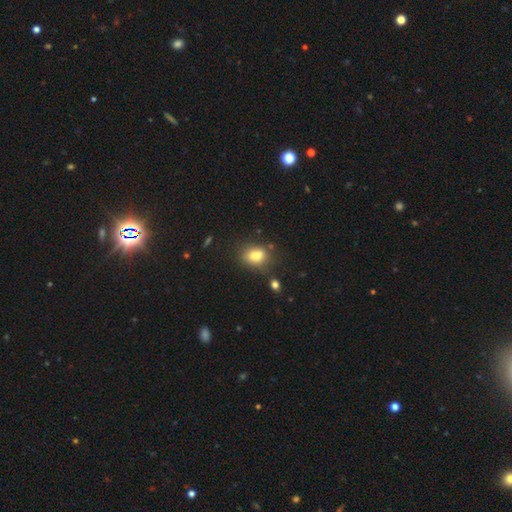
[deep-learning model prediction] This appears to be a smooth galaxy with no disk features (80%) that is in between round and cigar-shaped (60%). Merging: none (66%).